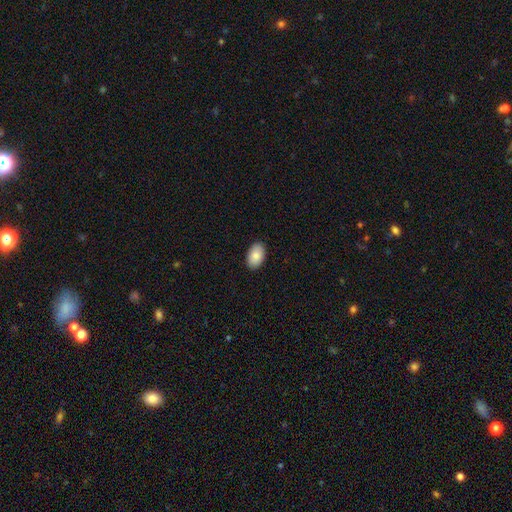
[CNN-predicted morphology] Smooth or featured: smooth — 86% (featured or disk — 8%)
How rounded: in between — 92% (round — 6%)
Merging: none — 90% (minor disturbance — 8%)